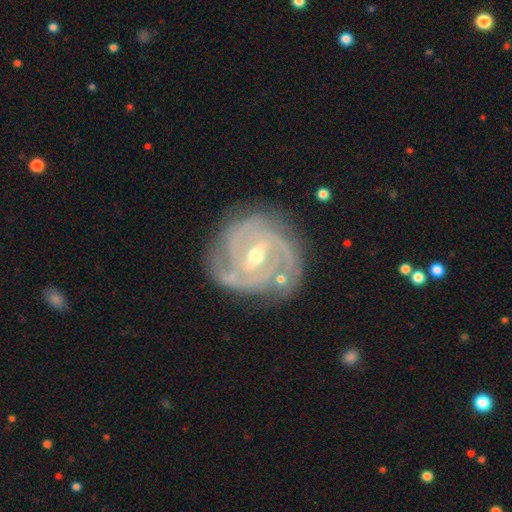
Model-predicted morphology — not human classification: smooth-or-featured: featured or disk: 91% | star or artifact: 5% | smooth: 4%
  disk-edge-on: no: 97% | yes: 3%
    bar: weak: 52% | strong: 31% | no: 17%
    has-spiral-arms: yes: 98% | no: 2%
      spiral-winding: tight: 70% | medium: 26% | loose: 4%
      spiral-arm-count: 3: 41% | 2: 25% | 4: 14% | can't tell: 12% | more than 4: 4% | 1: 4%
    bulge-size: moderate: 55% | small: 42% | large: 2% | none: 1% | dominant: 1%
  merging: none: 76% | minor disturbance: 16% | major disturbance: 5% | merger: 3%